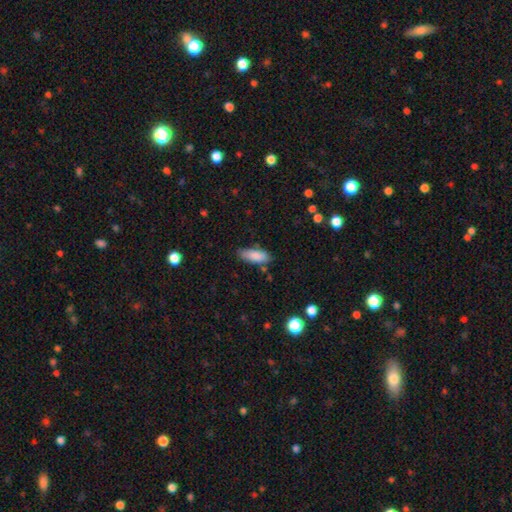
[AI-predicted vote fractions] The model was most divided on "how rounded": in between: 76%, cigar-shaped: 23%, round: 2%. More confident: smooth or featured — smooth (86%); merging — none (78%).